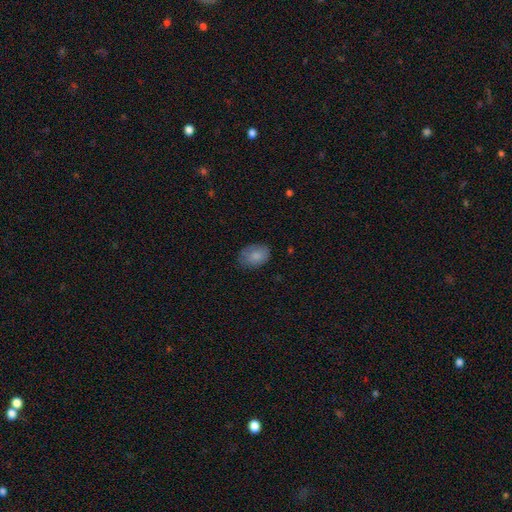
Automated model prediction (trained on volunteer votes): Overall: smooth (83%). How rounded: in between (78%). Merging: none (72%).